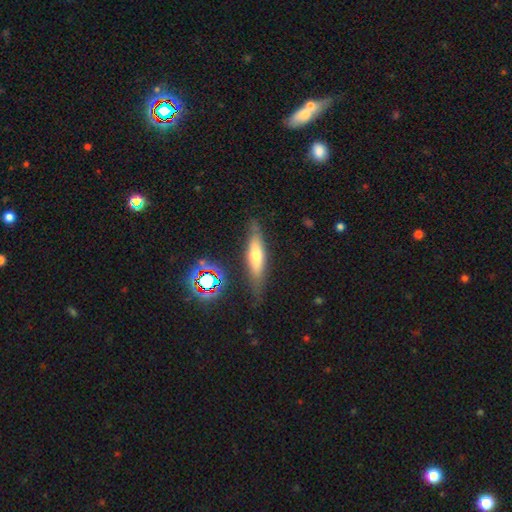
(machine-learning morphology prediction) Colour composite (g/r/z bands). It shows a smooth galaxy with no disk features (50%). Merging: none (75%).